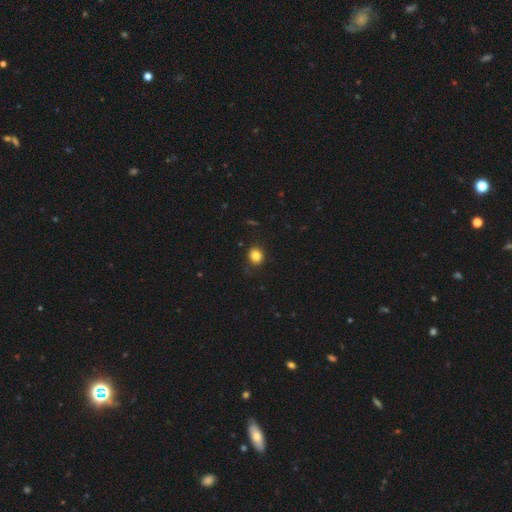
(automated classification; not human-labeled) Morphology: type=smooth (84%); roundness=round (78%); merging=none (85%).